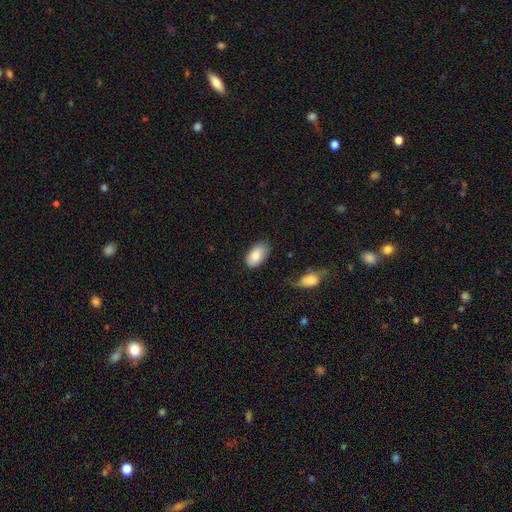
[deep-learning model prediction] This appears to be a smooth galaxy with no disk features (82%) that is in between round and cigar-shaped (94%). Merging: none (73%).